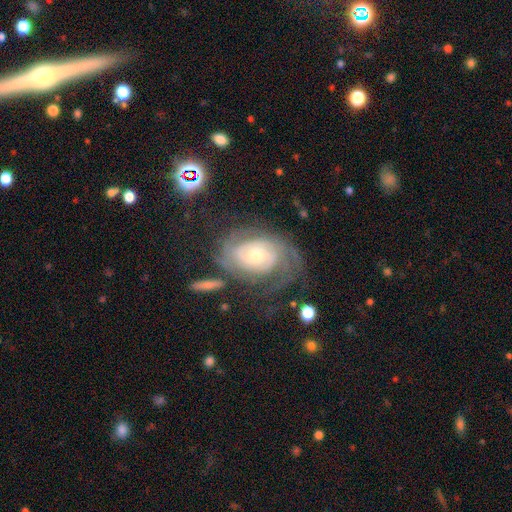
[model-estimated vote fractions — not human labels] The model was most divided on "bulge size": moderate: 50%, small: 43%, large: 4%, none: 1%, dominant: 1%. Remaining: edge-on disk — no (96%); spiral arms — yes (95%); smooth or featured — featured or disk (86%); bar — no (71%); spiral winding — tight (68%); merging — none (59%); spiral arm count — 2 (41%).